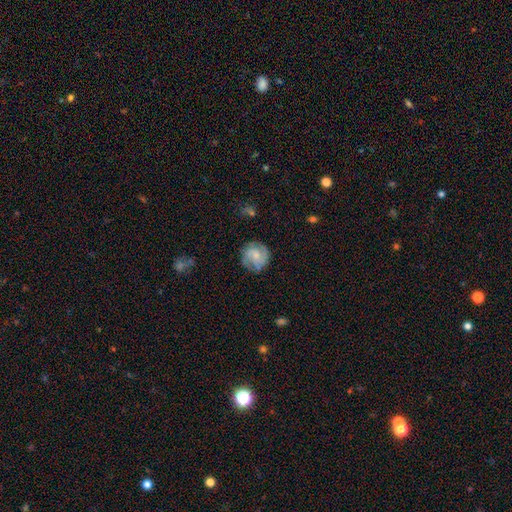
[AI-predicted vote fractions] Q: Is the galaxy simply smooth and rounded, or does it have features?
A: featured or disk — 64%.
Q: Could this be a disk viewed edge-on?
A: no — 98%.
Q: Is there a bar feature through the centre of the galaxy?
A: no — 58%.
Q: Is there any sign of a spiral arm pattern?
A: yes — 90%.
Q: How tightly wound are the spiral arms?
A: medium — 45%.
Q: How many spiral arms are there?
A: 2 — 55%.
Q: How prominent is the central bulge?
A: small — 50%.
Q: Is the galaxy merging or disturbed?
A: none — 76%.